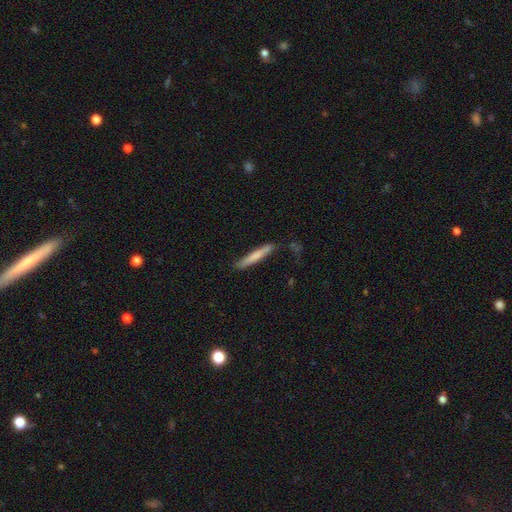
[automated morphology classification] type=smooth (71%); roundness=cigar-shaped (95%); merging=none (80%).